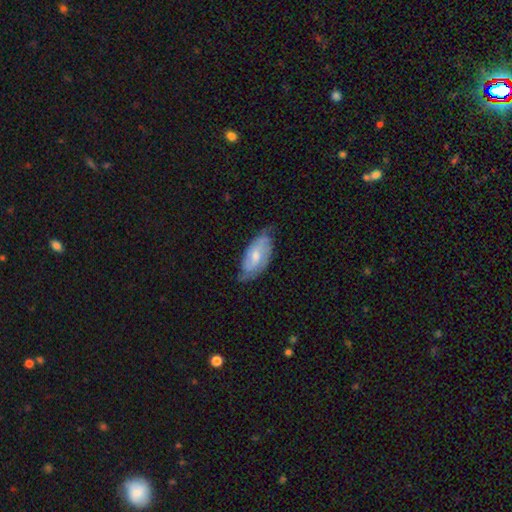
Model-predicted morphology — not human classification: featured or disk 65%, smooth 29%, star or artifact 5%. Down the decision tree: edge-on disk — no (93%); bar — weak (47%); spiral arms — yes (90%); spiral arm count — 2 (65%); spiral winding — medium (42%); bulge size — moderate (53%); merging — none (66%).